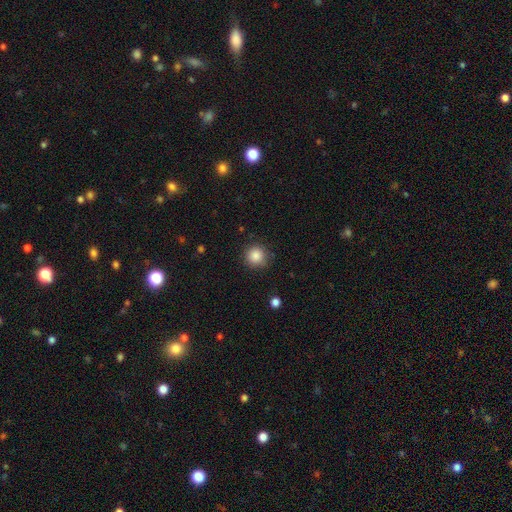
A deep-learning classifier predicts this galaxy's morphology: Q: Smooth or featured?
A: smooth (86%); runner-up: star or artifact (10%)
Q: How rounded?
A: round (94%); runner-up: in between (5%)
Q: Merging?
A: none (86%); runner-up: minor disturbance (9%)